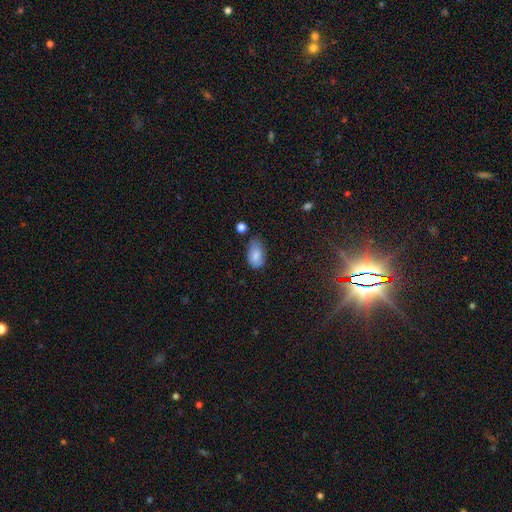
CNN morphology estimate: This appears to be a smooth galaxy with no disk features (81%) that is in between round and cigar-shaped (91%). Merging: none (54%).